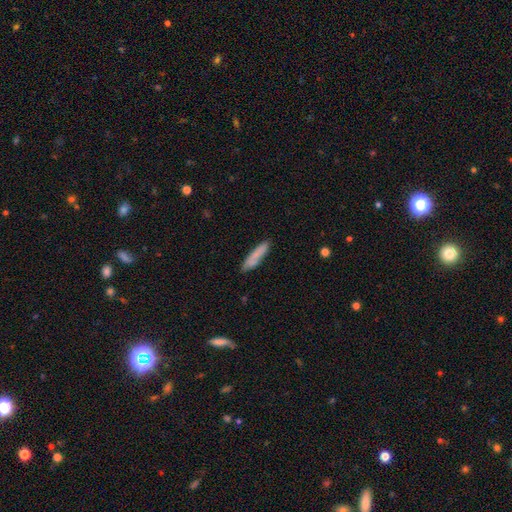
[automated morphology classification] Smooth or featured?
  - smooth: 78% *
  - featured or disk: 15%
  - star or artifact: 6%
How rounded?
  - cigar-shaped: 82% *
  - in between: 17%
  - round: 1%
Merging?
  - none: 79% *
  - minor disturbance: 15%
  - major disturbance: 3%
  - merger: 2%